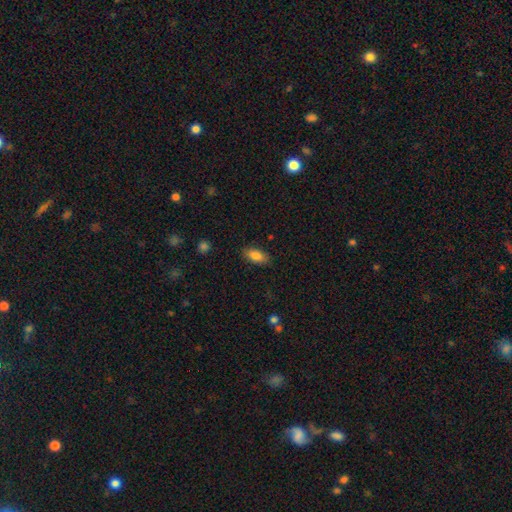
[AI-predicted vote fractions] Smooth or featured: smooth — 85% (featured or disk — 8%)
How rounded: in between — 88% (cigar-shaped — 9%)
Merging: none — 87% (minor disturbance — 10%)